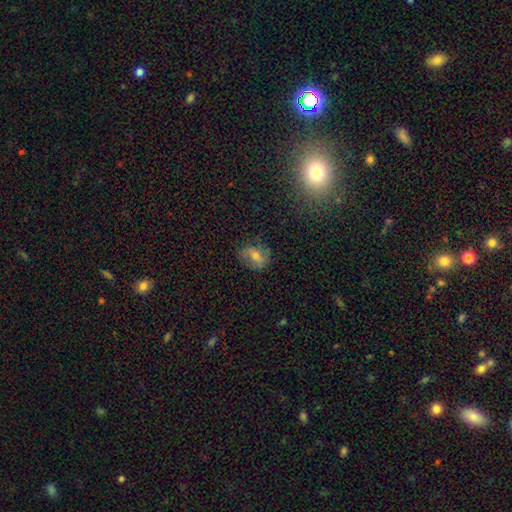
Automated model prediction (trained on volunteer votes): Smooth or featured? featured or disk (45%)
Merging? none (73%)